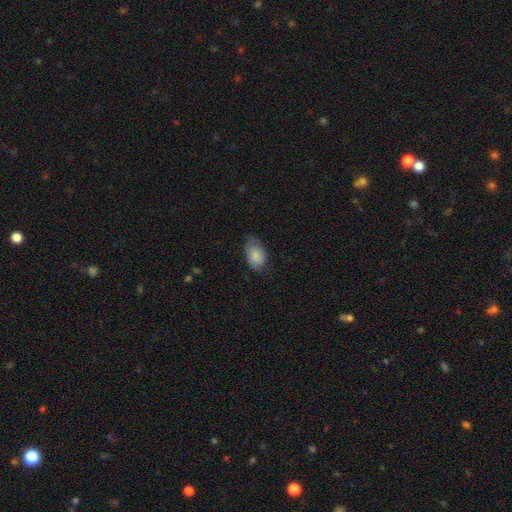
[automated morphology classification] Smooth or featured?
  - smooth: 82% *
  - featured or disk: 11%
  - star or artifact: 7%
How rounded?
  - in between: 88% *
  - round: 11%
  - cigar-shaped: 1%
Merging?
  - none: 58% *
  - minor disturbance: 33%
  - major disturbance: 9%
  - merger: 1%